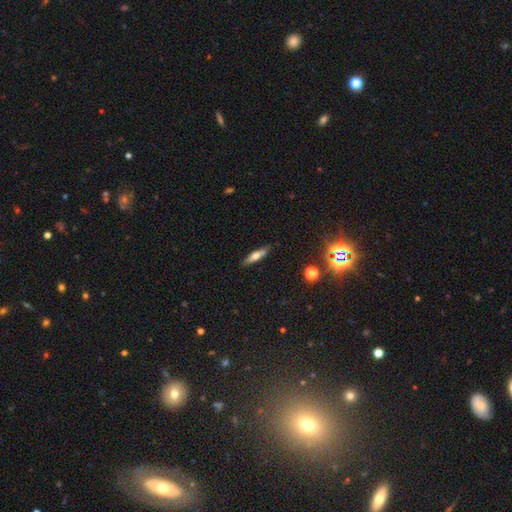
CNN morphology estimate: This appears to be a smooth galaxy with no disk features (51%) that is cigar-shaped (74%). Merging: none (82%).